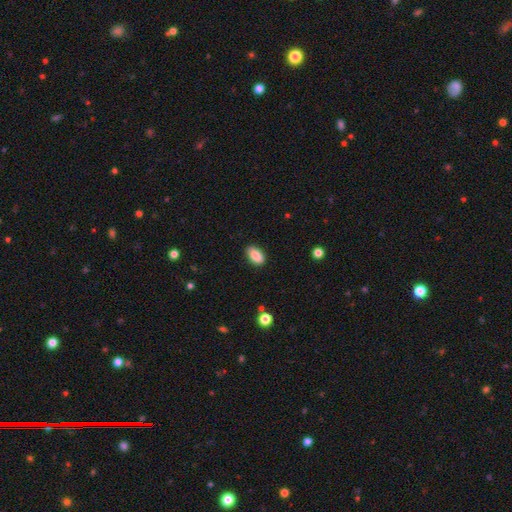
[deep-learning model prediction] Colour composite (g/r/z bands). It shows a smooth galaxy with no disk features (86%) that is in between round and cigar-shaped (91%). Merging: none (85%).